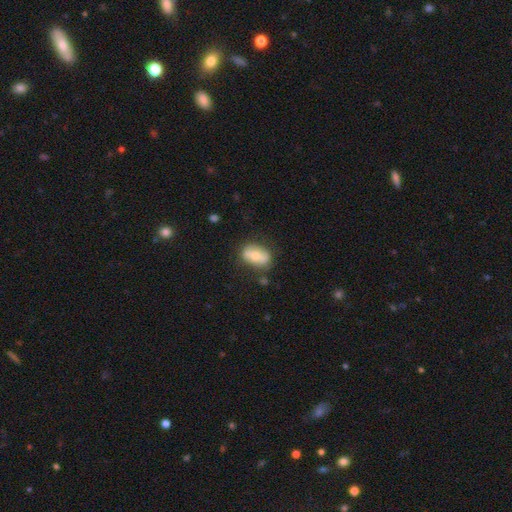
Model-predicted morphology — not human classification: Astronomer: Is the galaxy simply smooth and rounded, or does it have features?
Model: smooth — 56% (runner-up: featured or disk, 37%).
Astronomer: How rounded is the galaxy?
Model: in between — 85%.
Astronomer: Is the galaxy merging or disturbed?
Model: none — 71%.